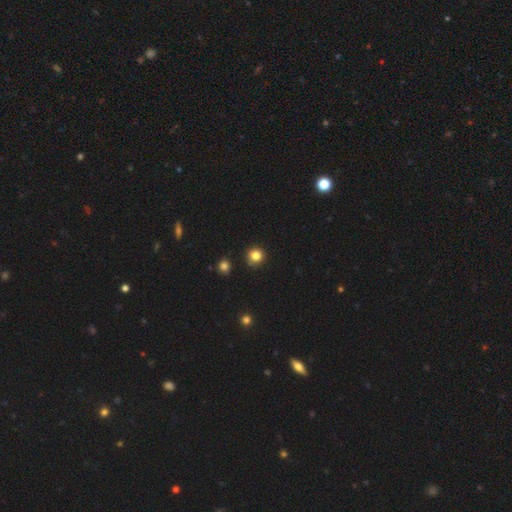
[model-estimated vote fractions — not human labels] This appears to be a smooth galaxy with no disk features (83%) that is round (93%). Merging: none (88%).